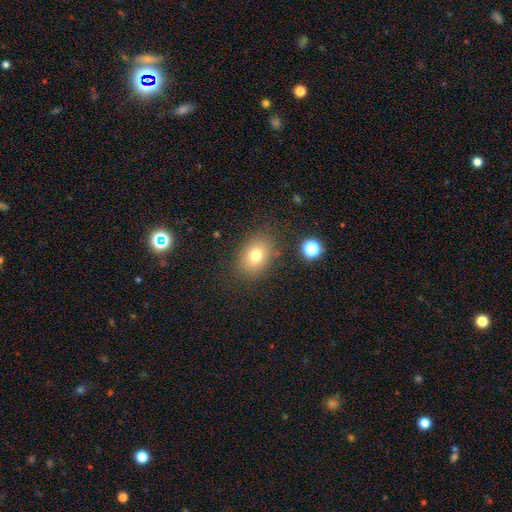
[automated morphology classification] Smooth or featured: smooth — 75% (star or artifact — 12%)
How rounded: in between — 65% (round — 34%)
Merging: none — 82% (minor disturbance — 11%)